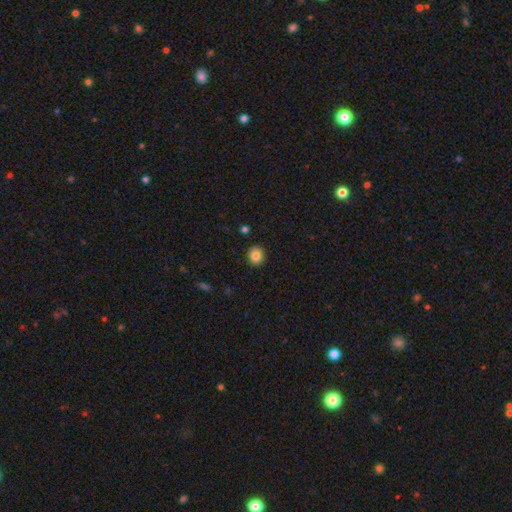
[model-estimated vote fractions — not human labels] The model was most divided on "how rounded": round: 78%, in between: 21%, cigar-shaped: 1%. More confident: merging — none (90%); smooth or featured — smooth (85%).